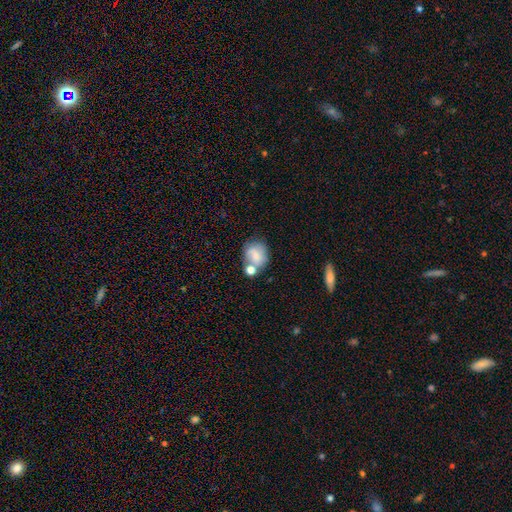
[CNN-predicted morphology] This appears to be a smooth galaxy with no disk features (67%) that is round (56%). Merging: none (47%).